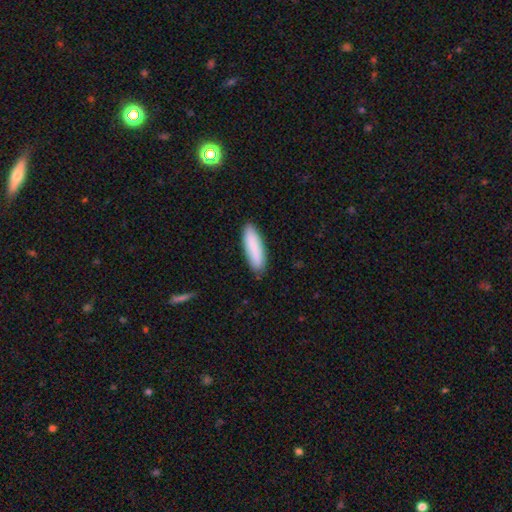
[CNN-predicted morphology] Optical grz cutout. It shows a smooth galaxy with no disk features (85%) that is cigar-shaped (56%). Merging: none (85%).